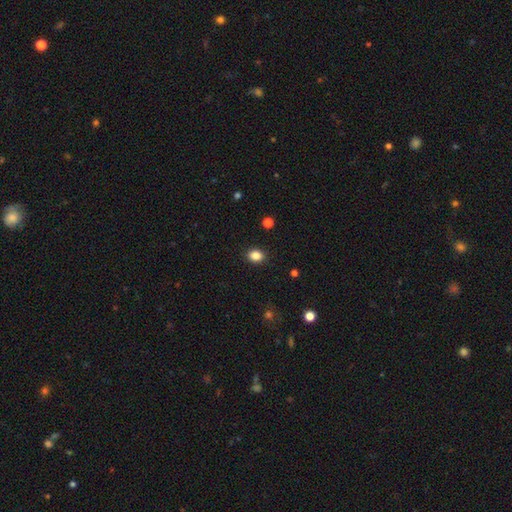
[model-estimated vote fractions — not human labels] The model was most divided on "how rounded": in between: 53%, round: 46%, cigar-shaped: 1%. More confident: merging — none (90%); smooth or featured — smooth (86%).